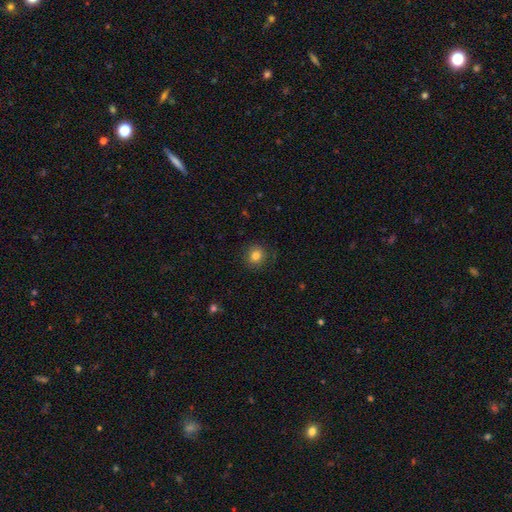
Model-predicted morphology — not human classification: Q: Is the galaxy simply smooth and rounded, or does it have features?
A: smooth — 82%.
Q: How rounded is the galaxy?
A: round — 88%.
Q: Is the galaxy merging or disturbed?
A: none — 87%.